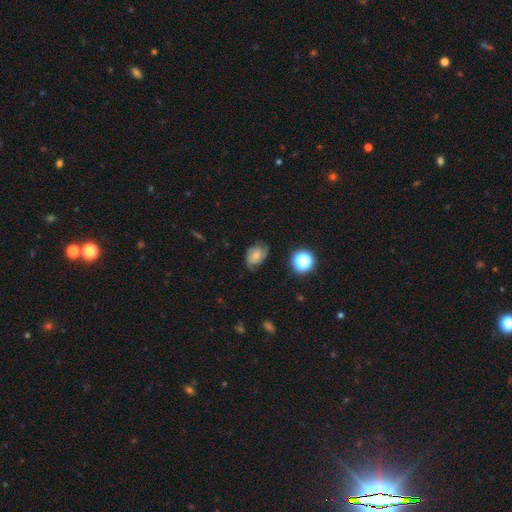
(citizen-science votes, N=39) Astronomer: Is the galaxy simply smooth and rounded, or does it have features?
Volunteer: smooth — 56% (runner-up: featured or disk, 33%).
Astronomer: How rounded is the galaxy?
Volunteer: in between — 59% (runner-up: round, 41%).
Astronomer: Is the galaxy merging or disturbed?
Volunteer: minor disturbance — 49% (runner-up: none, 43%).